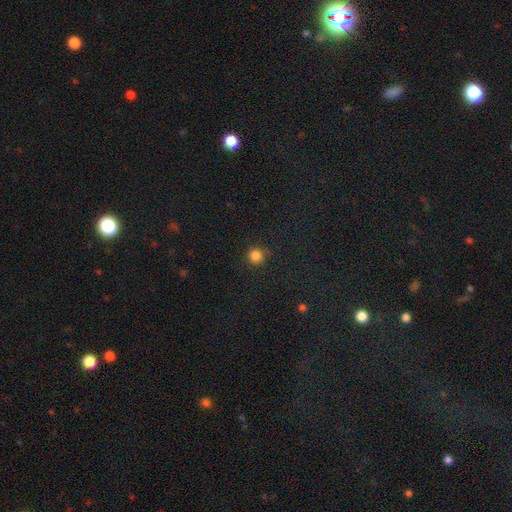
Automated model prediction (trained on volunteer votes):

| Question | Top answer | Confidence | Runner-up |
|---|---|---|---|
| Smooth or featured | smooth | 84% | star or artifact (13%) |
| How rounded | round | 94% | in between (5%) |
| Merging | none | 88% | minor disturbance (8%) |